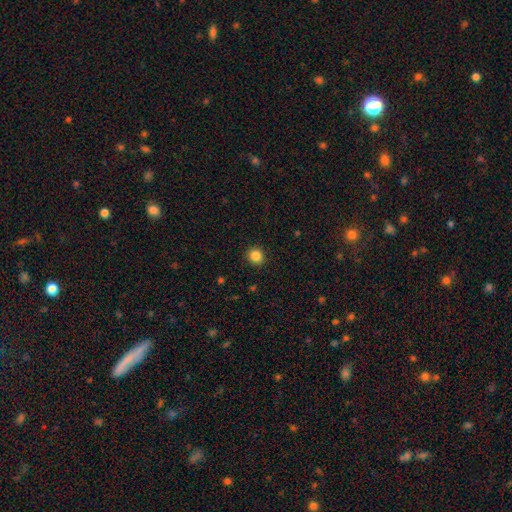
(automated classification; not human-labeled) smooth_or_featured: smooth (p=0.86) [alt: star or artifact p=0.11]
how_rounded: round (p=0.85) [alt: in between p=0.14]
merging: none (p=0.91) [alt: minor disturbance p=0.06]